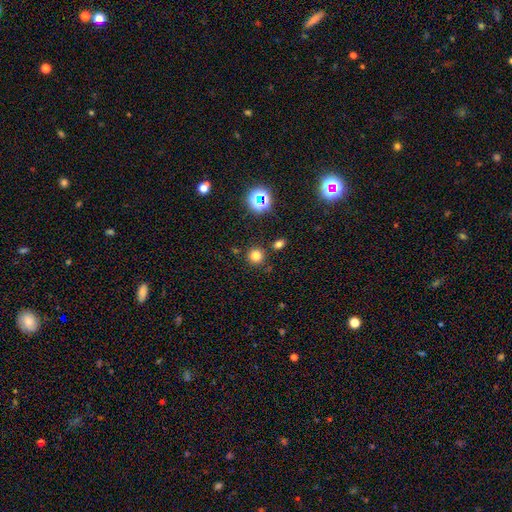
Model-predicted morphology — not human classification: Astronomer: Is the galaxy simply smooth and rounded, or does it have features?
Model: smooth — 76%.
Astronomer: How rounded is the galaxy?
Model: round — 93%.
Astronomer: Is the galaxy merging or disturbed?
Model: none — 84%.